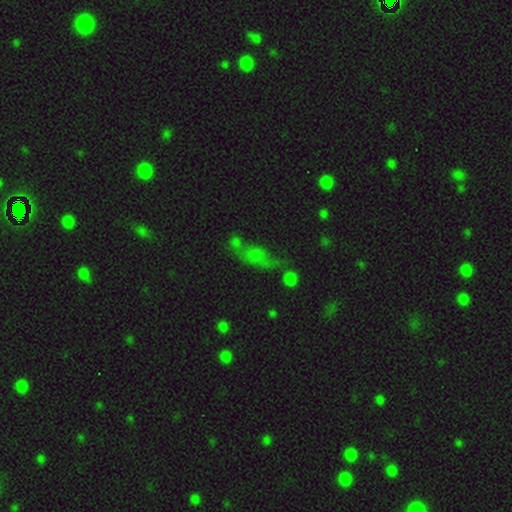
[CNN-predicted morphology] The model was most divided on "merging": none: 38%, minor disturbance: 22%, merger: 21%, major disturbance: 19%. More confident: how rounded — in between (71%); smooth or featured — smooth (56%).